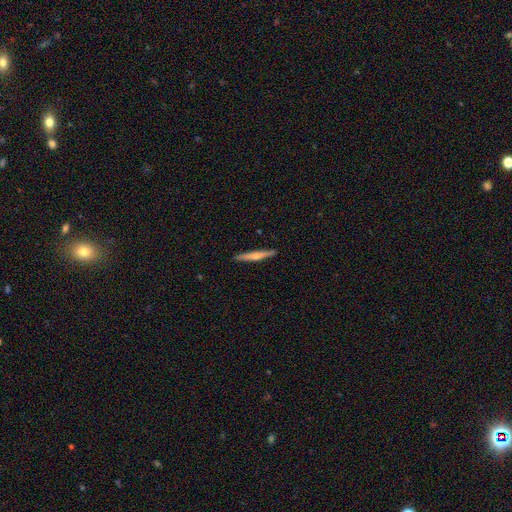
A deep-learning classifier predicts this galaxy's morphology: Q: Smooth or featured?
A: featured or disk (49%); runner-up: smooth (45%)
Q: Merging?
A: none (91%); runner-up: minor disturbance (7%)